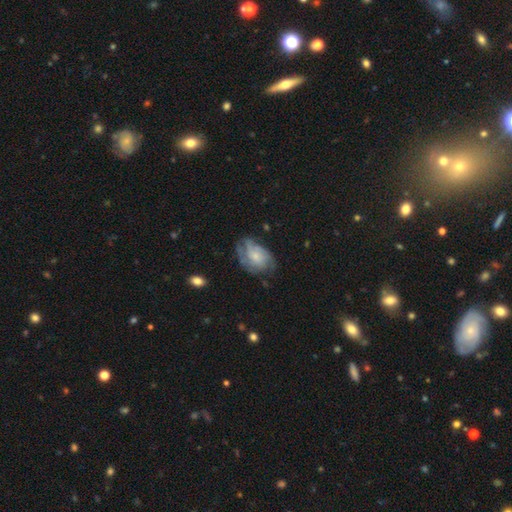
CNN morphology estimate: Q: Smooth or featured?
A: featured or disk (55%); runner-up: smooth (37%)
Q: Edge-on disk?
A: no (97%); runner-up: yes (3%)
Q: Bar?
A: no (76%); runner-up: weak (21%)
Q: Spiral arms?
A: yes (77%); runner-up: no (23%)
Q: Bulge size?
A: small (56%); runner-up: moderate (27%)
Q: Merging?
A: none (50%); runner-up: minor disturbance (29%)